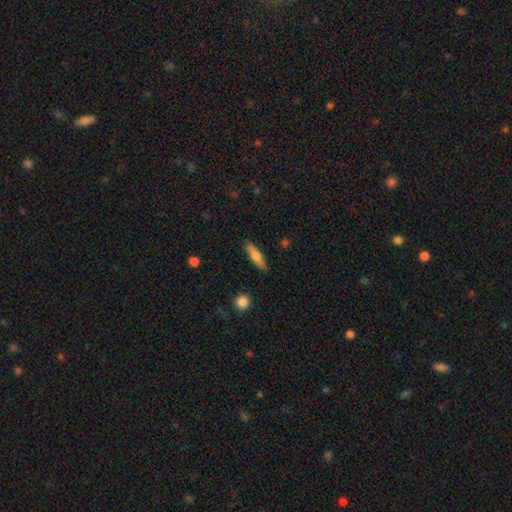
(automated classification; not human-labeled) A smooth galaxy with no disk features (66%) that is cigar-shaped (72%). Merging: none (88%).